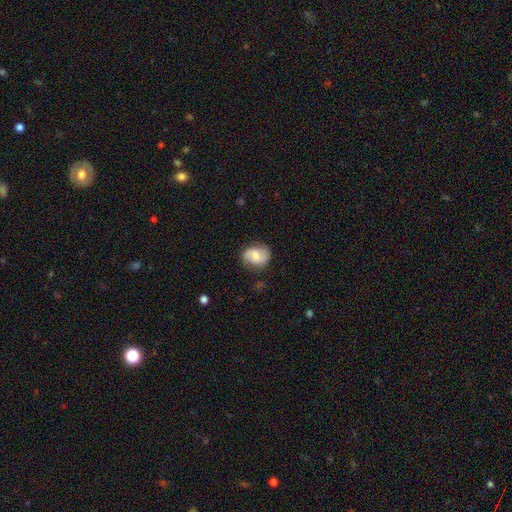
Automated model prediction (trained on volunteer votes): Q: Smooth or featured?
A: featured or disk (53%); runner-up: smooth (40%)
Q: Edge-on disk?
A: no (97%); runner-up: yes (3%)
Q: Bar?
A: no (53%); runner-up: weak (39%)
Q: Spiral arms?
A: yes (89%); runner-up: no (11%)
Q: Bulge size?
A: moderate (57%); runner-up: small (29%)
Q: Merging?
A: none (75%); runner-up: minor disturbance (19%)